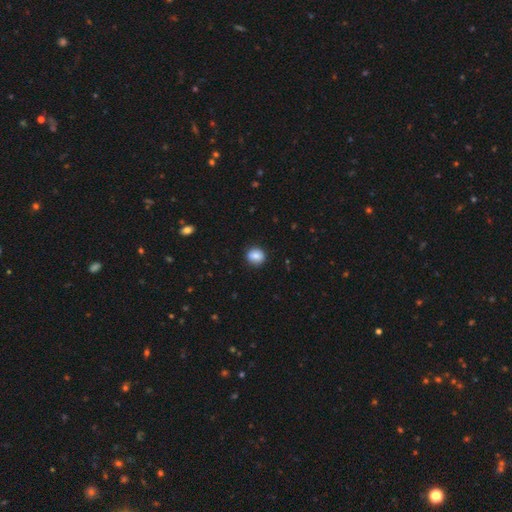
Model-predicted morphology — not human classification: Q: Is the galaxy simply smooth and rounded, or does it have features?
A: smooth — 84%.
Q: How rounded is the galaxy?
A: round — 81%.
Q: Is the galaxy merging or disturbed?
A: none — 87%.